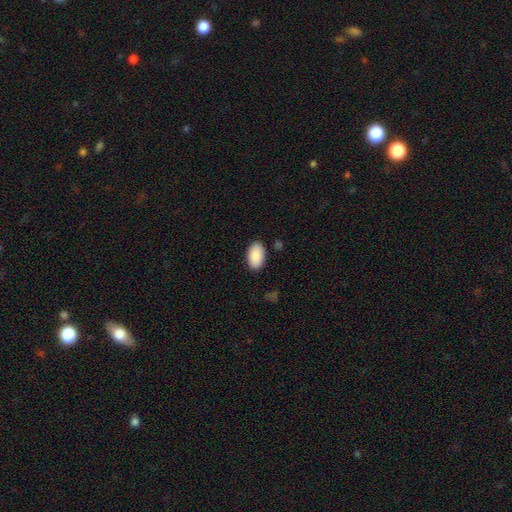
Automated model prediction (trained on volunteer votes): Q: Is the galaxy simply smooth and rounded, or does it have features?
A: smooth — 90%.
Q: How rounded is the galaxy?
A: in between — 95%.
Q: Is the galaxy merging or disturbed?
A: none — 87%.